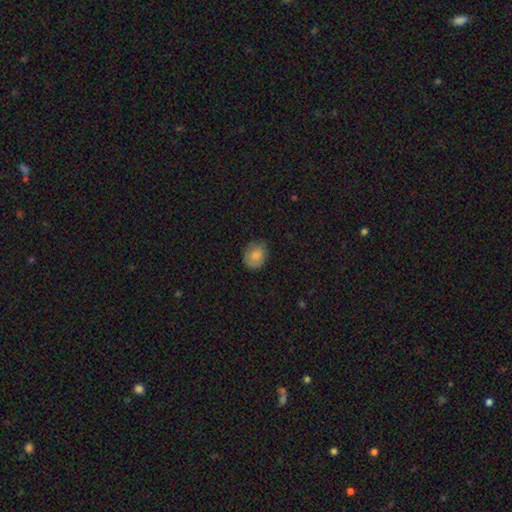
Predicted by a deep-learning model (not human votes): This appears to be a smooth galaxy with no disk features (82%) that is in between round and cigar-shaped (53%). Merging: none (77%).